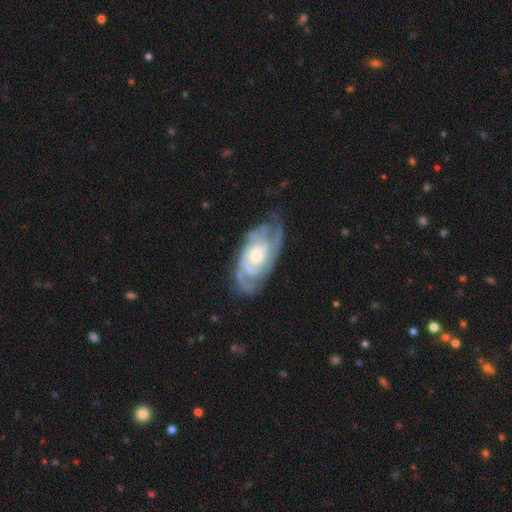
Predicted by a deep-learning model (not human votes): Q: Smooth or featured?
A: featured or disk (87%); runner-up: smooth (9%)
Q: Edge-on disk?
A: no (94%); runner-up: yes (6%)
Q: Bar?
A: no (70%); runner-up: weak (24%)
Q: Spiral arms?
A: yes (96%); runner-up: no (4%)
Q: Spiral winding?
A: tight (65%); runner-up: medium (30%)
Q: Spiral arm count?
A: 2 (34%); runner-up: can't tell (27%)
Q: Bulge size?
A: moderate (59%); runner-up: small (30%)
Q: Merging?
A: none (70%); runner-up: minor disturbance (20%)